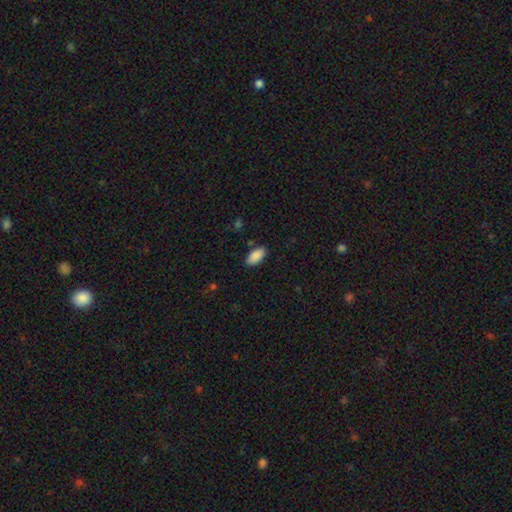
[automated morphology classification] Smooth or featured: smooth — 90% (star or artifact — 7%)
How rounded: in between — 93% (cigar-shaped — 5%)
Merging: none — 86% (minor disturbance — 10%)